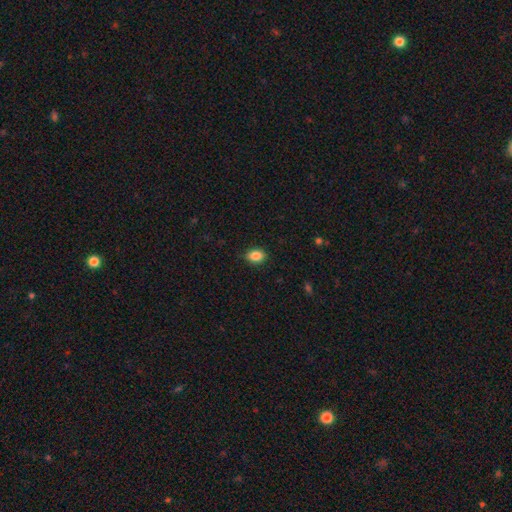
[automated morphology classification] Smooth or featured? smooth (87%)
How rounded? in between (77%)
Merging? none (88%)